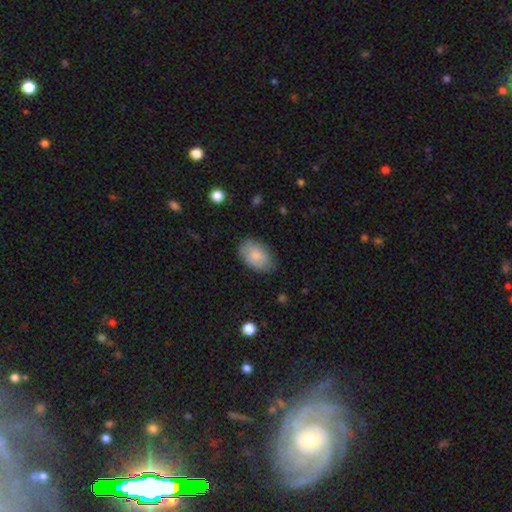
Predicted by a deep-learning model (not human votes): Smooth or featured? Predicted: smooth (p=0.82). How rounded? Predicted: in between (p=0.90). Merging? Predicted: none (p=0.77).